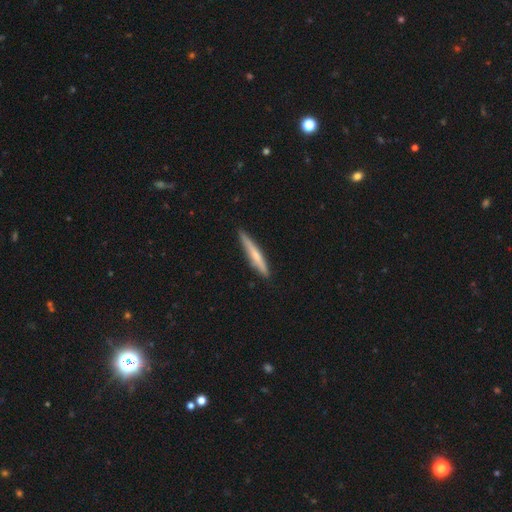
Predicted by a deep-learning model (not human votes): This is possibly a smooth galaxy (54%). How rounded: clearly cigar-shaped (94%). Merging: clearly none (87%).